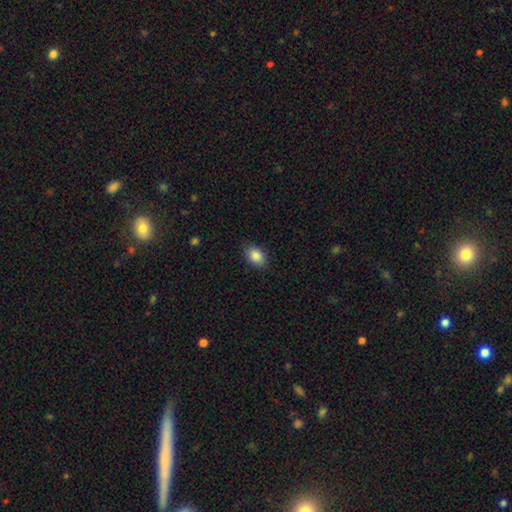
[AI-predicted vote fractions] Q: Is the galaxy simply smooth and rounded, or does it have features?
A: smooth — 87%.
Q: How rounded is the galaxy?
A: in between — 76%.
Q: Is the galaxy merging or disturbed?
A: none — 86%.